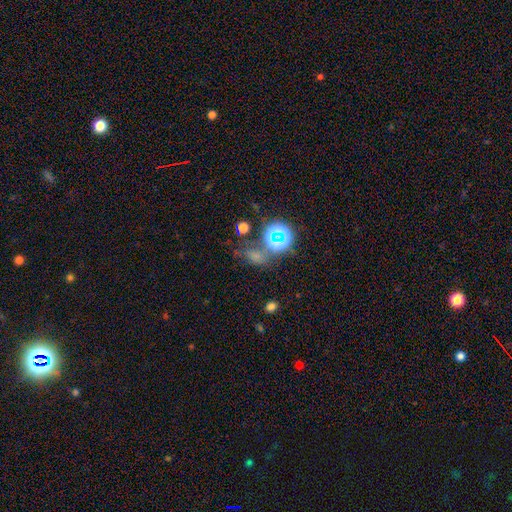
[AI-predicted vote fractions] This is possibly a smooth galaxy (49%). Merging: possibly none (51%).